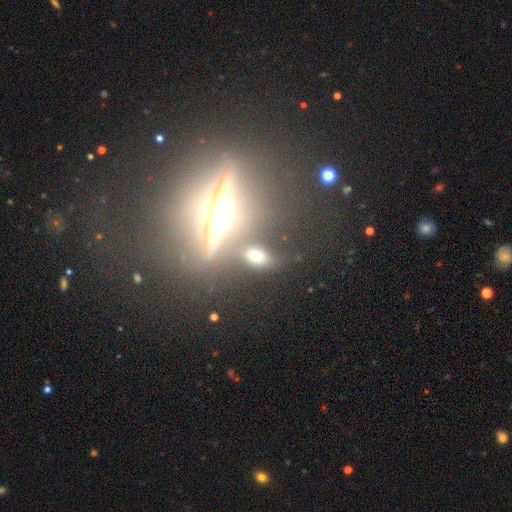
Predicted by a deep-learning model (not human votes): Smooth or featured? Predicted: smooth (p=0.60). How rounded? Predicted: in between (p=0.76). Merging? Predicted: none (p=0.70).